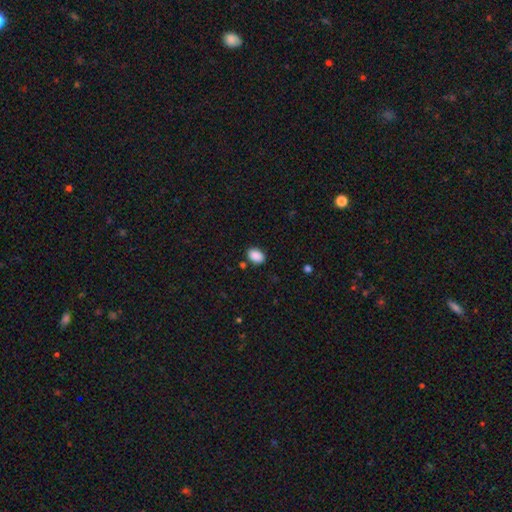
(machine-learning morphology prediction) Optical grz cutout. It shows a smooth galaxy with no disk features (89%) that is in between round and cigar-shaped (80%). Merging: none (83%).